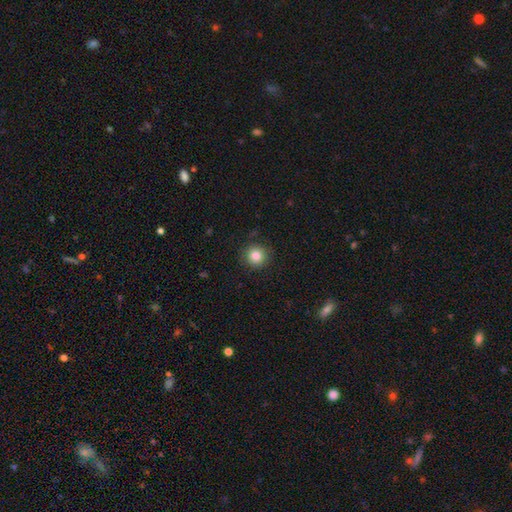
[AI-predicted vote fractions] smooth 85%, star or artifact 10%, featured or disk 5%. Down the decision tree: how rounded — round (94%); merging — none (90%).